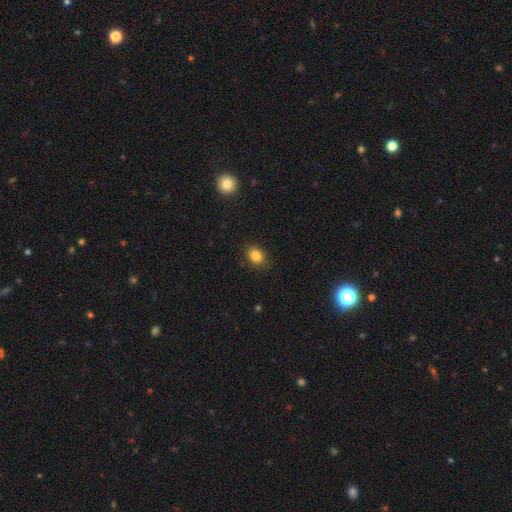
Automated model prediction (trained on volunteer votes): Smooth or featured?
  - smooth: 84% *
  - star or artifact: 10%
  - featured or disk: 6%
How rounded?
  - in between: 58% *
  - round: 41%
  - cigar-shaped: 1%
Merging?
  - none: 87% *
  - minor disturbance: 9%
  - major disturbance: 2%
  - merger: 1%